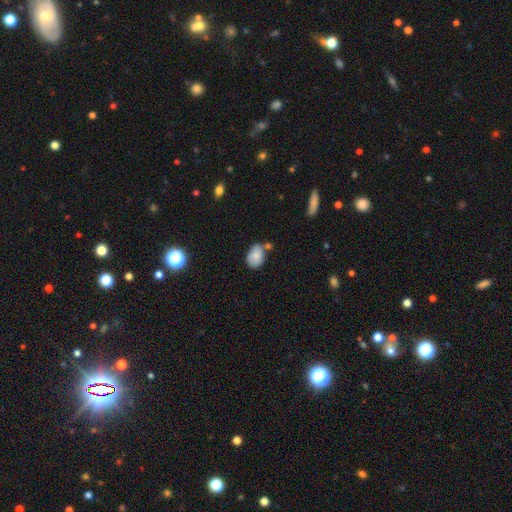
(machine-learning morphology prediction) This appears to be a smooth galaxy with no disk features (83%) that is in between round and cigar-shaped (78%). Merging: none (58%).